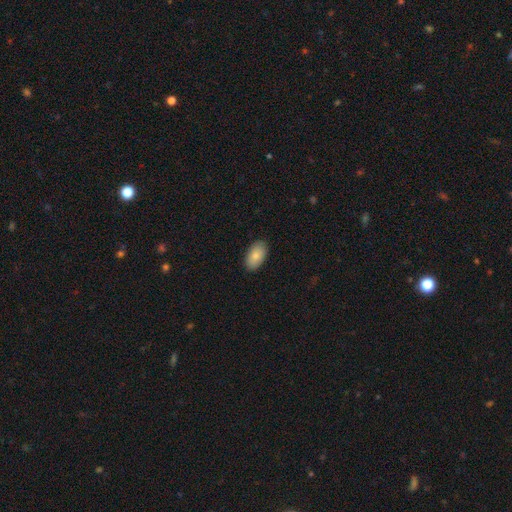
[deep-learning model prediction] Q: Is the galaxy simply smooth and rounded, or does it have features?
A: smooth — 84%.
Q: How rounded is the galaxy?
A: in between — 94%.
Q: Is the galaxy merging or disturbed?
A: none — 88%.